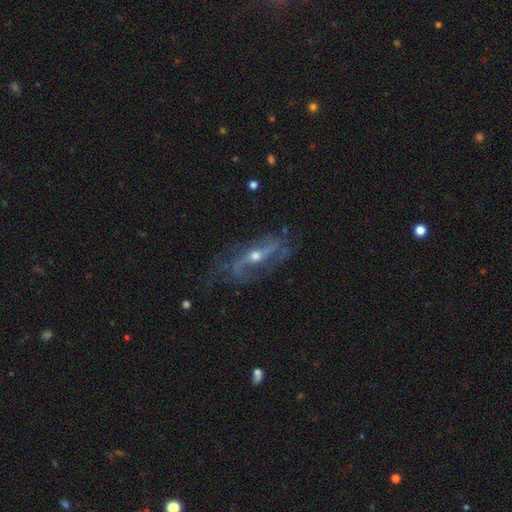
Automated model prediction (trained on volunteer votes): Smooth or featured? Predicted: featured or disk (p=0.85). Edge-on disk? Predicted: no (p=0.80). Bar? Predicted: strong (p=0.45). Spiral arms? Predicted: yes (p=0.86). Spiral winding? Predicted: loose (p=0.53). Spiral arm count? Predicted: 2 (p=0.81). Bulge size? Predicted: moderate (p=0.57). Merging? Predicted: none (p=0.58).